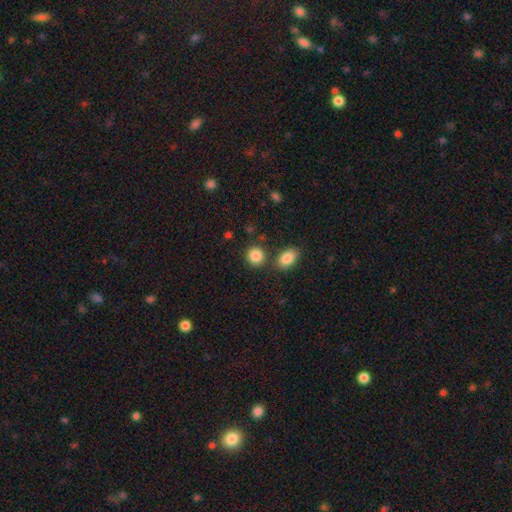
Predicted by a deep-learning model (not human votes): The model was most divided on "how rounded": round: 78%, in between: 21%, cigar-shaped: 1%. More confident: smooth or featured — smooth (87%); merging — none (75%).